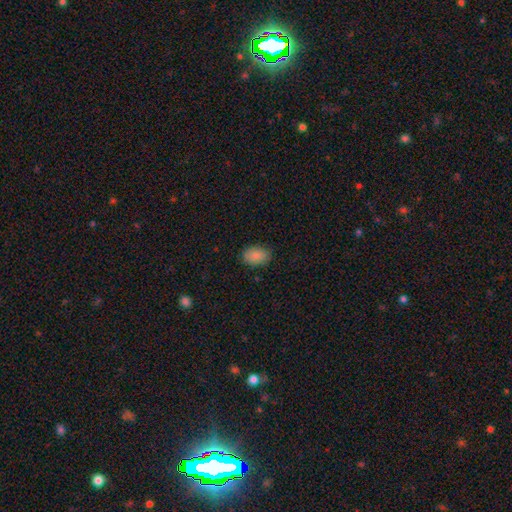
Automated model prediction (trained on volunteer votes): Smooth or featured? Predicted: smooth (p=0.88). How rounded? Predicted: in between (p=0.86). Merging? Predicted: none (p=0.86).